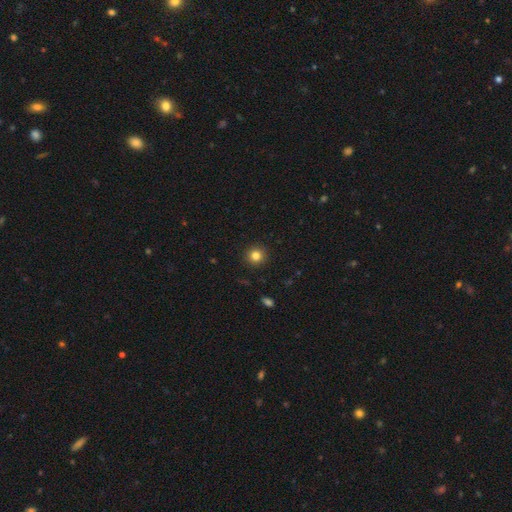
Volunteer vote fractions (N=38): Smooth or featured?
  - smooth: 92% *
  - star or artifact: 8%
  - featured or disk: 0%
How rounded?
  - round: 100% *
  - in between: 0%
  - cigar-shaped: 0%
Merging?
  - none: 94% *
  - minor disturbance: 3%
  - major disturbance: 3%
  - merger: 0%